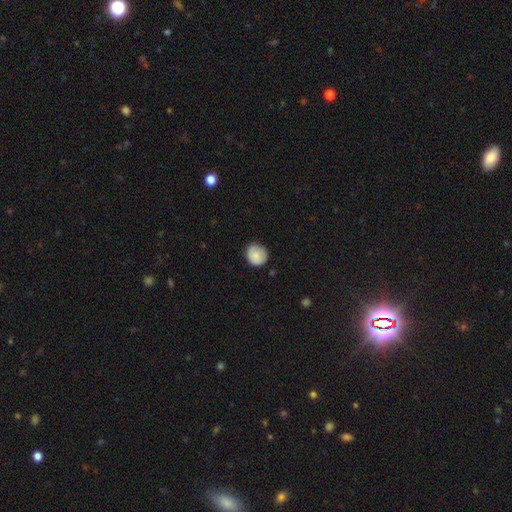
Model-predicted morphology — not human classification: Q: Smooth or featured?
A: smooth (80%); runner-up: featured or disk (13%)
Q: How rounded?
A: round (83%); runner-up: in between (16%)
Q: Merging?
A: none (78%); runner-up: minor disturbance (18%)